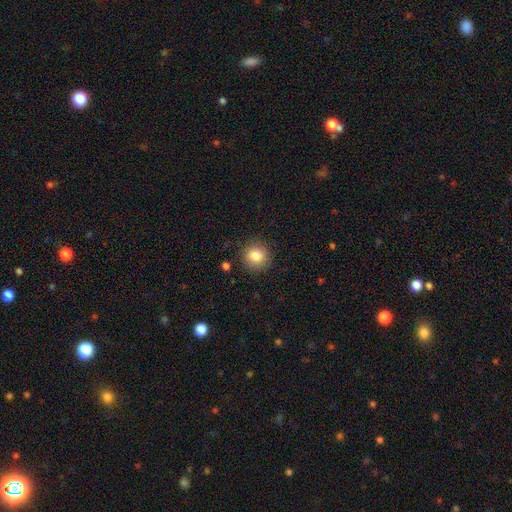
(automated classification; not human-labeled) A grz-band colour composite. It shows a smooth galaxy with no disk features (83%) that is round (92%). Merging: none (89%).